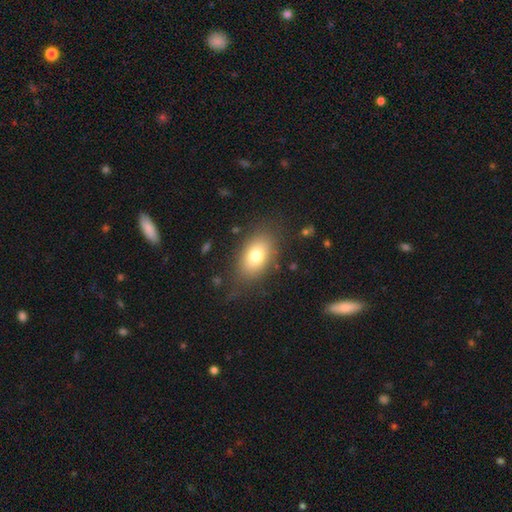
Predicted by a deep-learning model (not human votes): This appears to be a smooth galaxy with no disk features (76%) that is in between round and cigar-shaped (85%). Merging: none (76%).